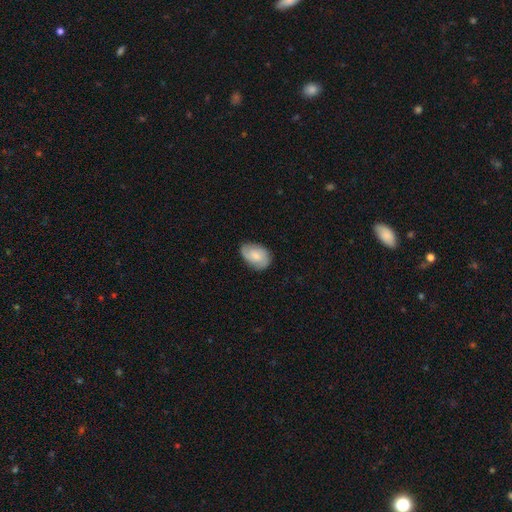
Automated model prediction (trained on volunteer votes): A smooth galaxy with no disk features (61%) that is in between round and cigar-shaped (85%). Merging: none (72%).